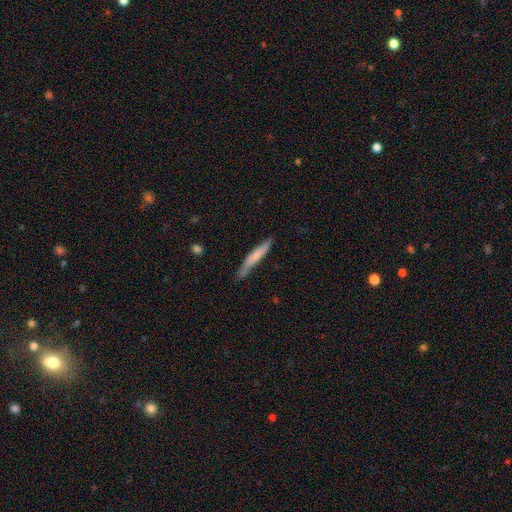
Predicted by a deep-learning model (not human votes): Smooth or featured?
  - smooth: 64% *
  - featured or disk: 31%
  - star or artifact: 5%
How rounded?
  - cigar-shaped: 94% *
  - in between: 4%
  - round: 1%
Merging?
  - none: 72% *
  - minor disturbance: 21%
  - major disturbance: 4%
  - merger: 3%